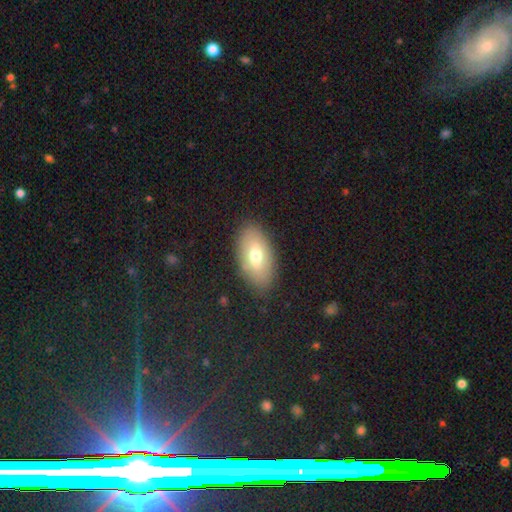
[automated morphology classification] Smooth or featured?
  - smooth: 64% *
  - featured or disk: 28%
  - star or artifact: 7%
How rounded?
  - in between: 92% *
  - round: 4%
  - cigar-shaped: 4%
Merging?
  - none: 84% *
  - minor disturbance: 11%
  - major disturbance: 4%
  - merger: 1%